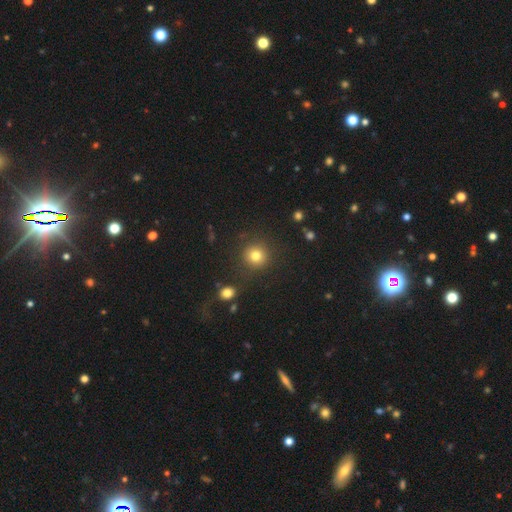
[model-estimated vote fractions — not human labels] This appears to be a smooth galaxy with no disk features (80%) that is round (92%). Merging: none (85%).